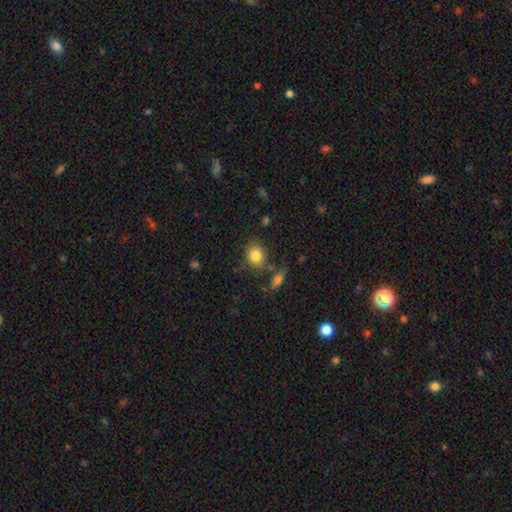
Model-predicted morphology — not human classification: smooth_or_featured: smooth (p=0.83) [alt: star or artifact p=0.09]
how_rounded: round (p=0.55) [alt: in between p=0.44]
merging: none (p=0.71) [alt: minor disturbance p=0.16]